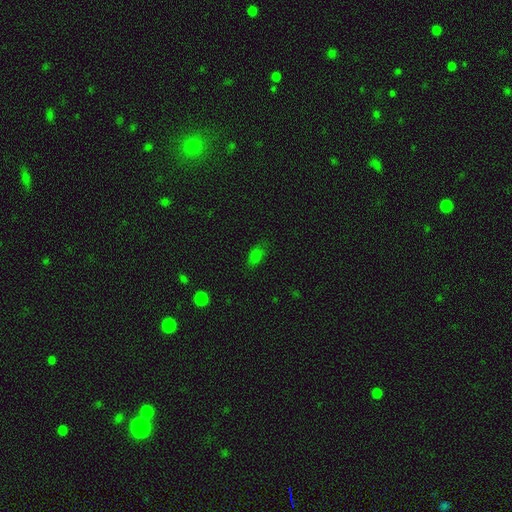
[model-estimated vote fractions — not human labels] Smooth or featured? smooth (76%)
How rounded? in between (87%)
Merging? none (73%)